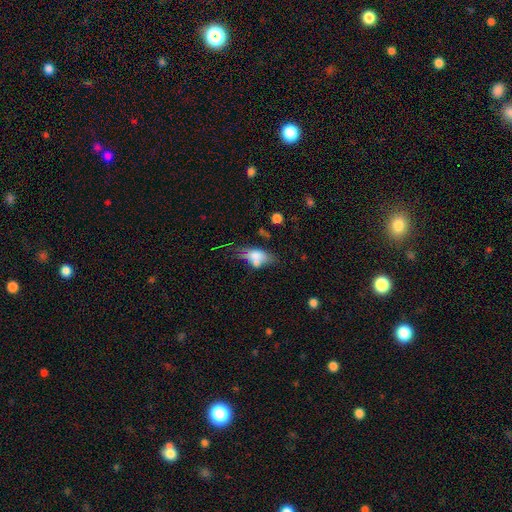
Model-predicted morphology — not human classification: Smooth or featured: smooth — 63% (featured or disk — 27%)
How rounded: in between — 80% (cigar-shaped — 13%)
Merging: none — 38% (merger — 25%)